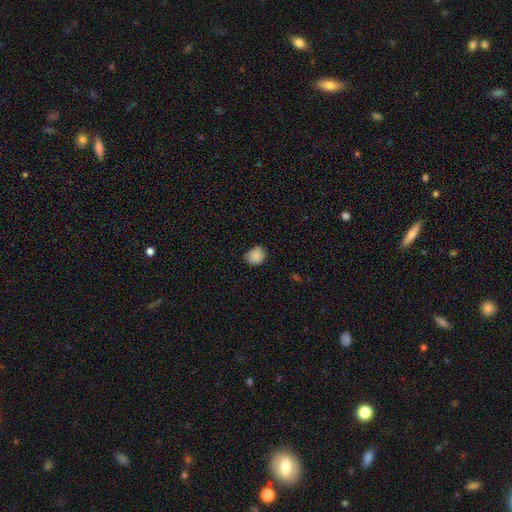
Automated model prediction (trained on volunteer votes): Smooth or featured? smooth (86%)
How rounded? round (75%)
Merging? none (77%)